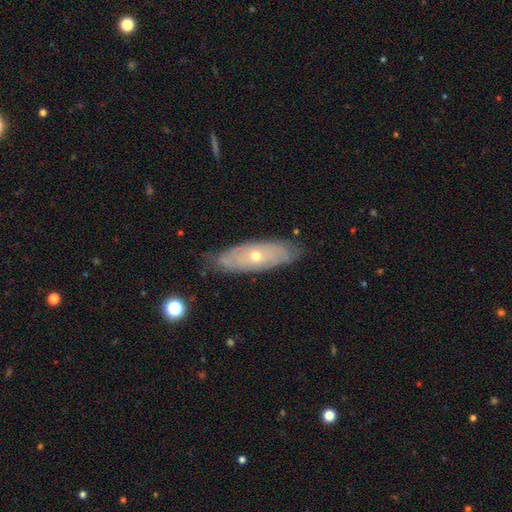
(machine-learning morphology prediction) The model was most divided on "smooth or featured": featured or disk: 62%, smooth: 31%, star or artifact: 7%. More confident: edge-on disk — no (77%); merging — none (74%).